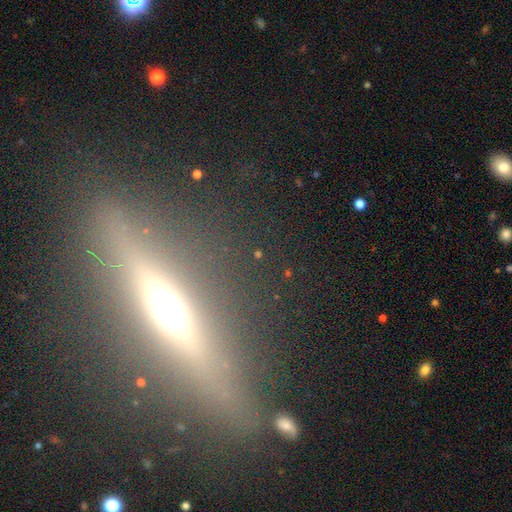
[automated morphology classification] type=featured or disk (62%); edge-on=yes (85%); edge-on bulge=rounded (90%); merging=none (82%).